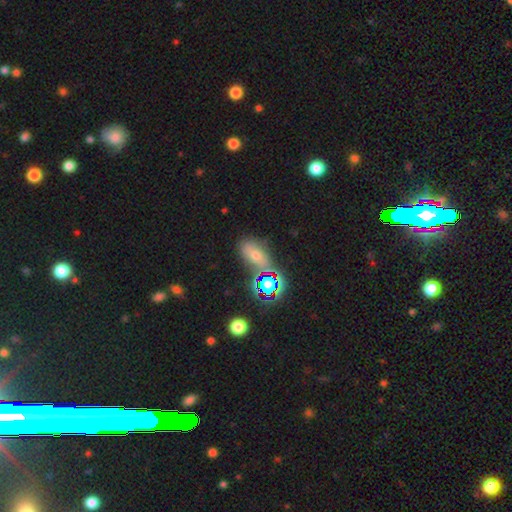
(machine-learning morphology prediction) Smooth or featured? smooth (45%)
Merging? none (65%)